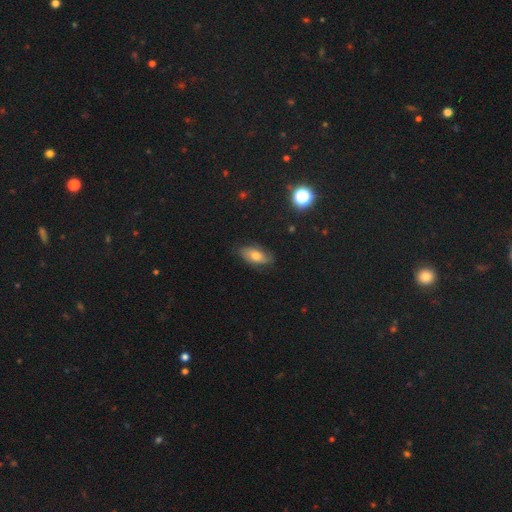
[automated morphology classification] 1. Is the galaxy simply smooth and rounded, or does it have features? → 58% smooth, 32% featured or disk, 10% star or artifact.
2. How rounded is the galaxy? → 88% in between, 7% cigar-shaped, 5% round.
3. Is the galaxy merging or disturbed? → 75% none, 20% minor disturbance, 4% major disturbance, 1% merger.